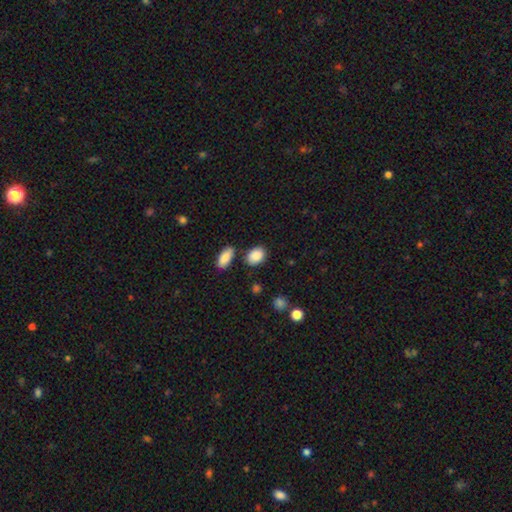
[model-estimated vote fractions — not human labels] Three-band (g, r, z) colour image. It shows a smooth galaxy with no disk features (88%) that is in between round and cigar-shaped (75%). Merging: none (75%).